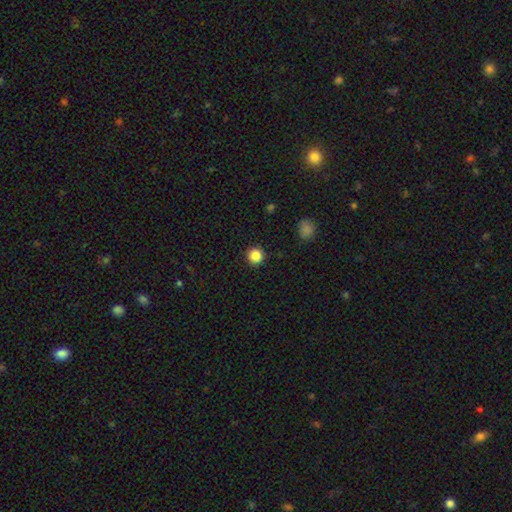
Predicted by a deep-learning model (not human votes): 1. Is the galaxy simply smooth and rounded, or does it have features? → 86% smooth, 11% star or artifact, 3% featured or disk.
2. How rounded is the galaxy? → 95% round, 4% in between, 1% cigar-shaped.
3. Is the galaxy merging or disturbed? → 92% none, 5% minor disturbance, 2% major disturbance, 1% merger.